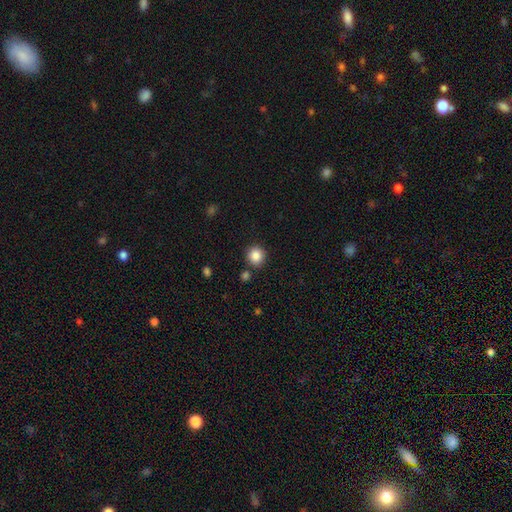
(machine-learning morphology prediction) smooth_or_featured: smooth (p=0.86) [alt: star or artifact p=0.10]
how_rounded: round (p=0.91) [alt: in between p=0.08]
merging: none (p=0.85) [alt: minor disturbance p=0.08]